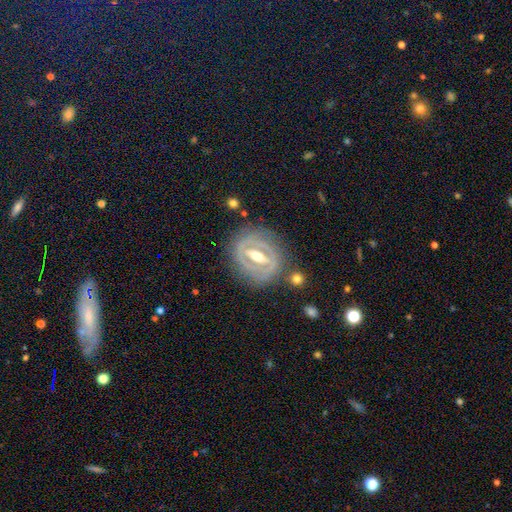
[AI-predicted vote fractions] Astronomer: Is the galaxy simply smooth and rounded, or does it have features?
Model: featured or disk — 72%.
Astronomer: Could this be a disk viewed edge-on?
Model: no — 82%.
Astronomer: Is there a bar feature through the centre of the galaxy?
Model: strong — 64%.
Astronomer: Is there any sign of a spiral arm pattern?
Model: yes — 62% (runner-up: no, 38%).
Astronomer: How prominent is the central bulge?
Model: moderate — 67%.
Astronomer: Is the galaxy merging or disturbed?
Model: none — 80%.